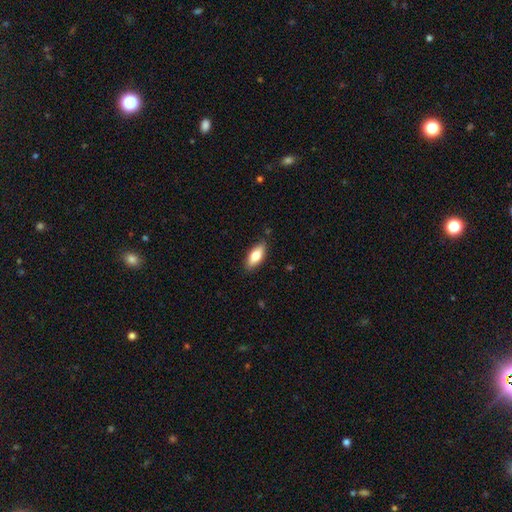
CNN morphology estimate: A smooth galaxy with no disk features (74%) that is in between round and cigar-shaped (79%). Merging: none (86%).